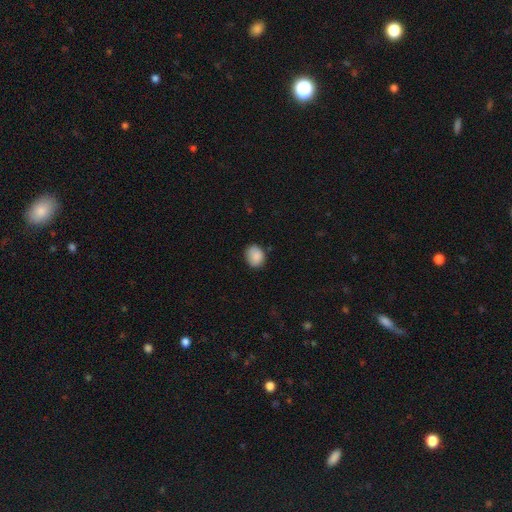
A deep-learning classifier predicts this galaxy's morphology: Smooth or featured?
  - smooth: 88% *
  - star or artifact: 8%
  - featured or disk: 4%
How rounded?
  - round: 53% *
  - in between: 46%
  - cigar-shaped: 1%
Merging?
  - none: 79% *
  - minor disturbance: 16%
  - major disturbance: 3%
  - merger: 1%